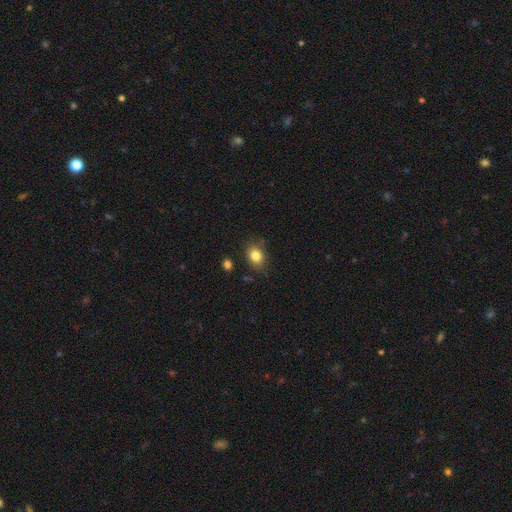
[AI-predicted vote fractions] Smooth or featured? smooth (82%)
How rounded? in between (57%)
Merging? none (80%)